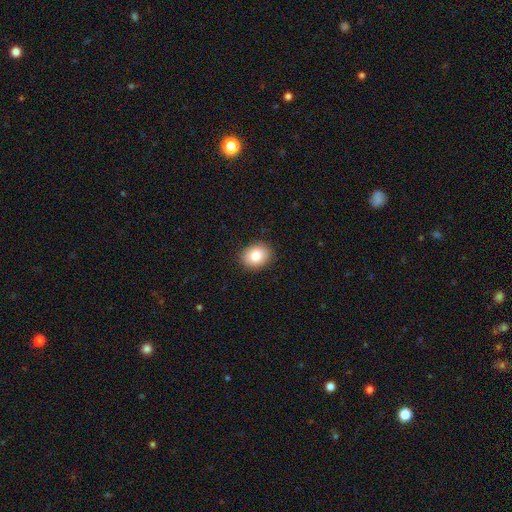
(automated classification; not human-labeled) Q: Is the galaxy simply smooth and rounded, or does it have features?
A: smooth — 82%.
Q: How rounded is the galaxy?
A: in between — 52%.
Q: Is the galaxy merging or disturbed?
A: none — 89%.